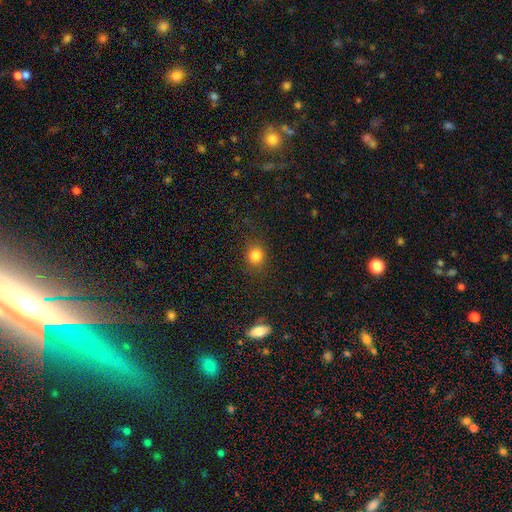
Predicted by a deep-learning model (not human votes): smooth-or-featured: smooth: 82% | star or artifact: 13% | featured or disk: 5%
  how-rounded: round: 83% | in between: 16% | cigar-shaped: 1%
  merging: none: 85% | minor disturbance: 10% | major disturbance: 4% | merger: 1%